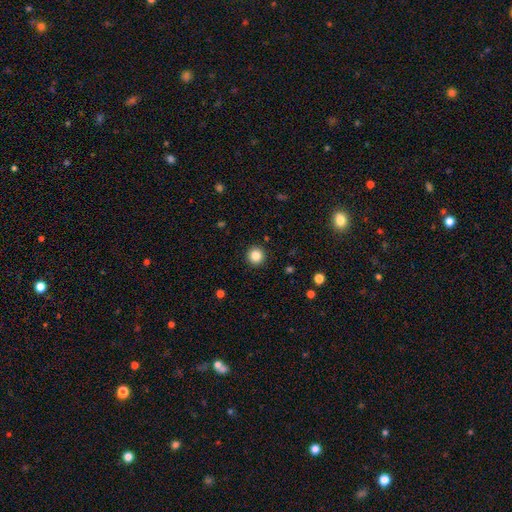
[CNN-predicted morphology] smooth_or_featured: smooth (p=0.85) [alt: star or artifact p=0.11]
how_rounded: round (p=0.95) [alt: in between p=0.04]
merging: none (p=0.93) [alt: minor disturbance p=0.05]